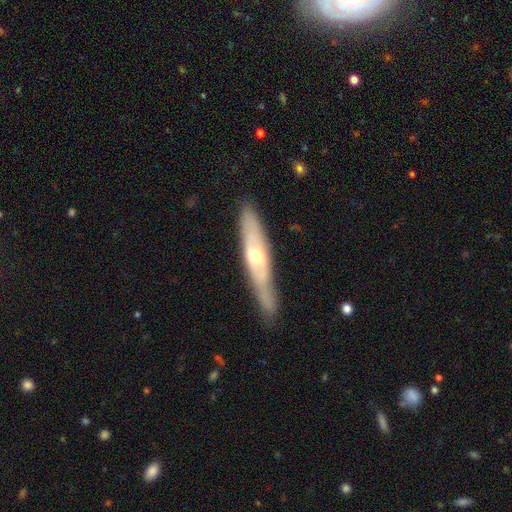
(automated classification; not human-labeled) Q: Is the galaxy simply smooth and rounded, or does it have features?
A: featured or disk — 62%.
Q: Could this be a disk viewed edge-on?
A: yes — 74%.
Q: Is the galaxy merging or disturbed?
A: none — 79%.